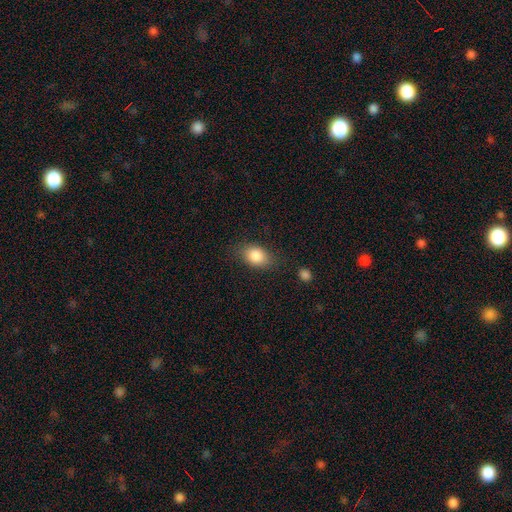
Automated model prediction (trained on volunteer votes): smooth_or_featured: smooth (p=0.85) [alt: star or artifact p=0.08]
how_rounded: in between (p=0.76) [alt: round p=0.22]
merging: none (p=0.77) [alt: minor disturbance p=0.16]